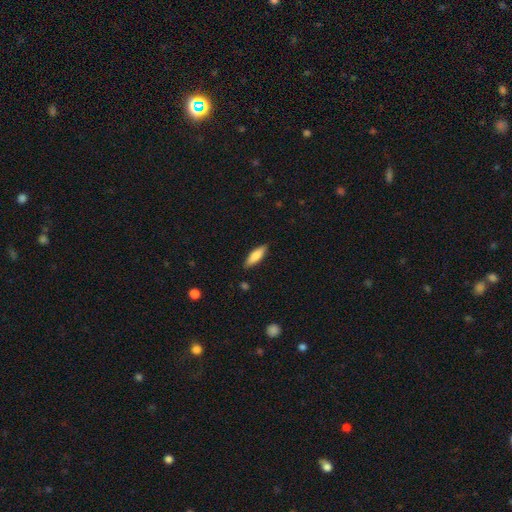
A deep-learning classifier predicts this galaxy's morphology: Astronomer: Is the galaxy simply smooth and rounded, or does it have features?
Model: smooth — 80%.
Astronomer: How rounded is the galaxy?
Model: cigar-shaped — 51% (runner-up: in between, 47%).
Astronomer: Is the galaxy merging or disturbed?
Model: none — 87%.